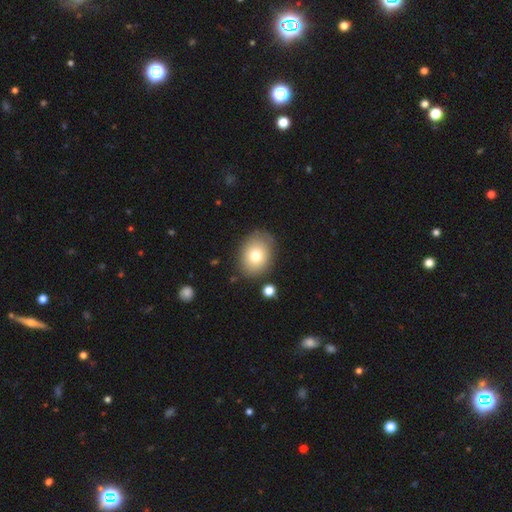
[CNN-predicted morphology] This appears to be a smooth galaxy with no disk features (77%) that is in between round and cigar-shaped (60%). Merging: none (79%).